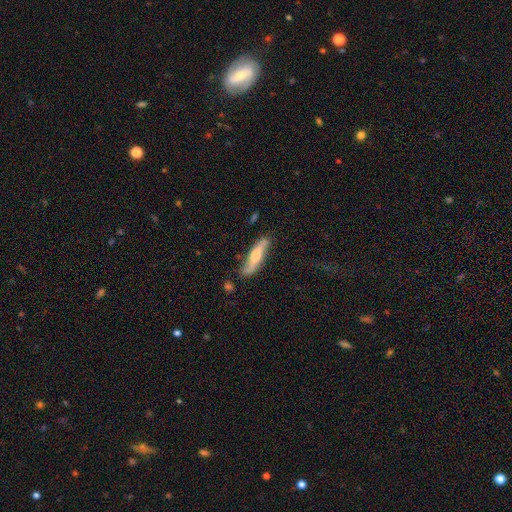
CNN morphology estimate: Smooth or featured? Predicted: featured or disk (p=0.54). Edge-on disk? Predicted: yes (p=0.57). Merging? Predicted: none (p=0.73).